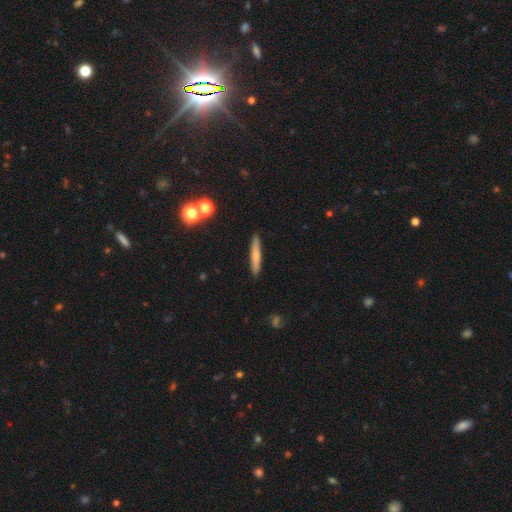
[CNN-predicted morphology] Smooth or featured? smooth (69%)
How rounded? cigar-shaped (93%)
Merging? none (90%)